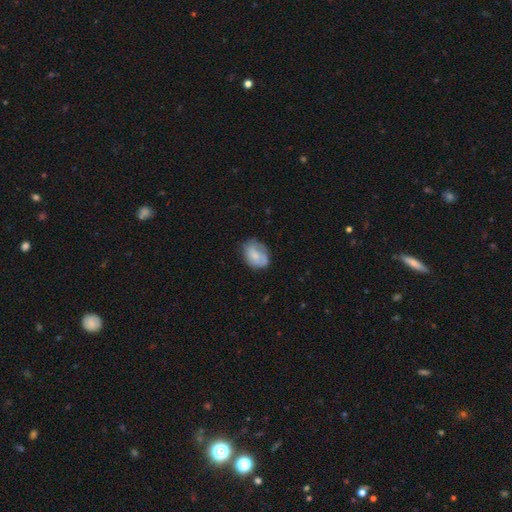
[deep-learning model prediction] Smooth or featured? Predicted: smooth (p=0.64). How rounded? Predicted: in between (p=0.70). Merging? Predicted: none (p=0.57).